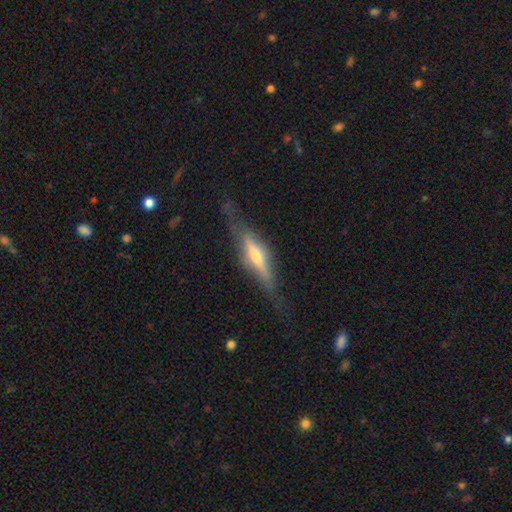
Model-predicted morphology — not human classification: The model was most divided on "smooth or featured": featured or disk: 69%, smooth: 25%, star or artifact: 6%. More confident: edge-on disk — yes (93%); edge-on bulge — rounded (81%); merging — none (73%).